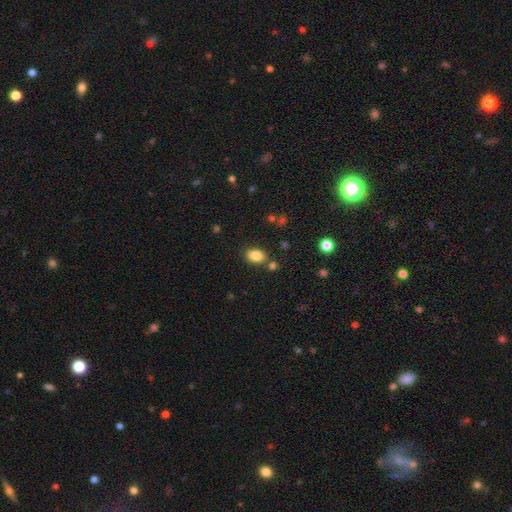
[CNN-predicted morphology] type=smooth (85%); roundness=in between (83%); merging=none (77%).